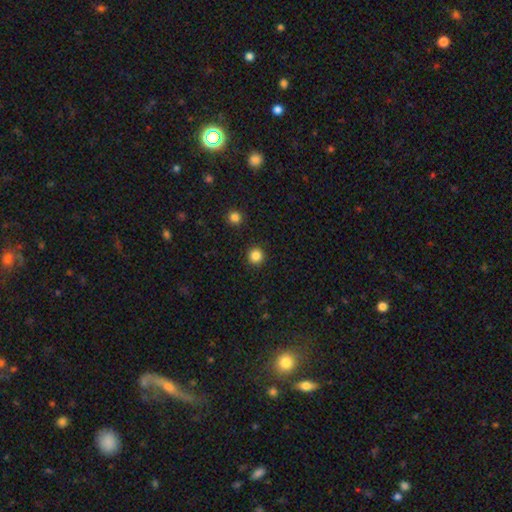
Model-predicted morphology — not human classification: The model was most divided on "smooth or featured": smooth: 86%, star or artifact: 11%, featured or disk: 3%. More confident: how rounded — round (94%); merging — none (93%).